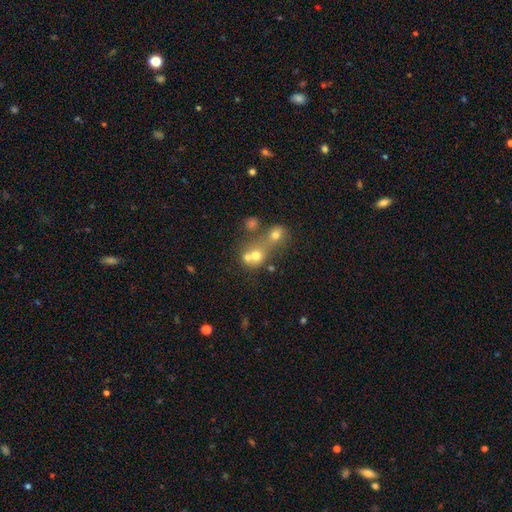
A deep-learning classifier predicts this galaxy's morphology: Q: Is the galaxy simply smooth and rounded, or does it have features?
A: smooth — 62%.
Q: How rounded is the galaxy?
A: round — 75%.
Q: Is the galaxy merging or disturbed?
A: merger — 60%.